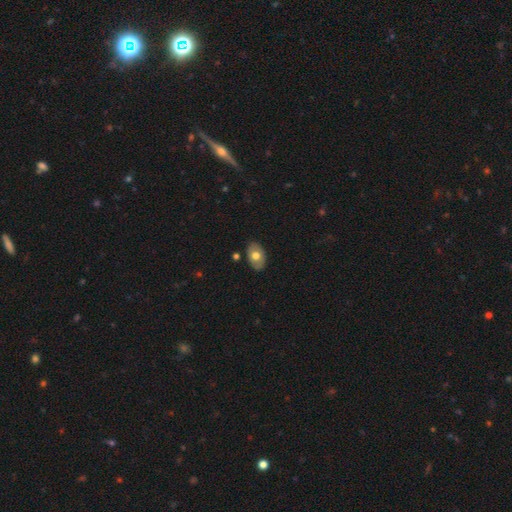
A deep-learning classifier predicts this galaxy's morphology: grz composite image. It shows a smooth galaxy with no disk features (60%) that is in between round and cigar-shaped (87%). Merging: none (84%).